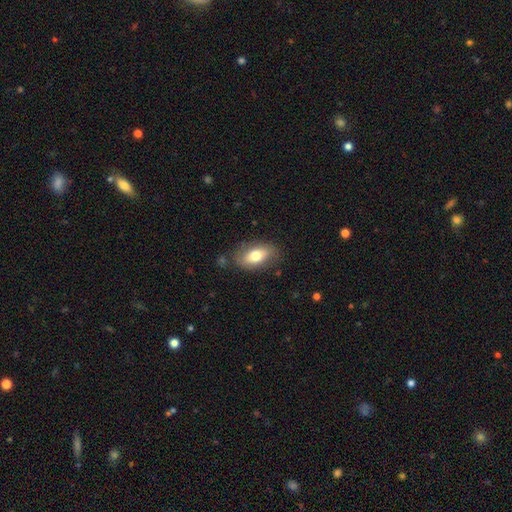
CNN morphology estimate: Smooth or featured: smooth — 71% (featured or disk — 23%)
How rounded: in between — 90% (round — 6%)
Merging: none — 77% (minor disturbance — 16%)